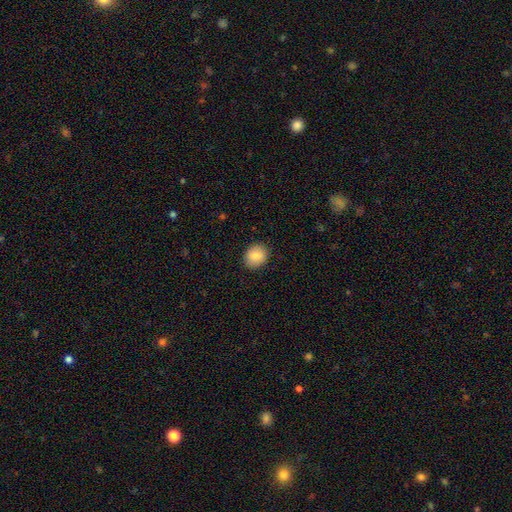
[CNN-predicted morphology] Smooth or featured? smooth (87%)
How rounded? round (61%)
Merging? none (88%)